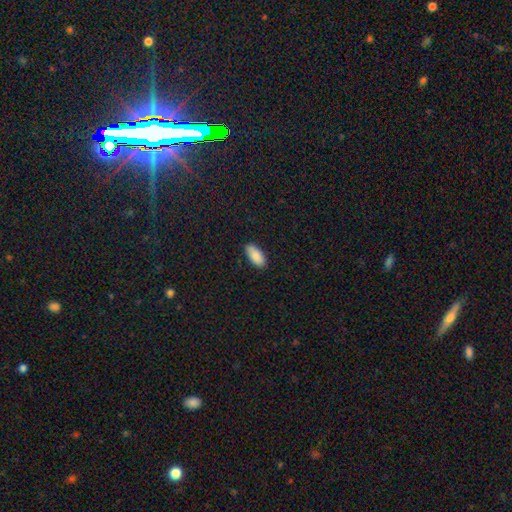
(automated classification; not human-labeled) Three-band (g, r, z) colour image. It shows a smooth galaxy with no disk features (89%) that is in between round and cigar-shaped (91%). Merging: none (87%).